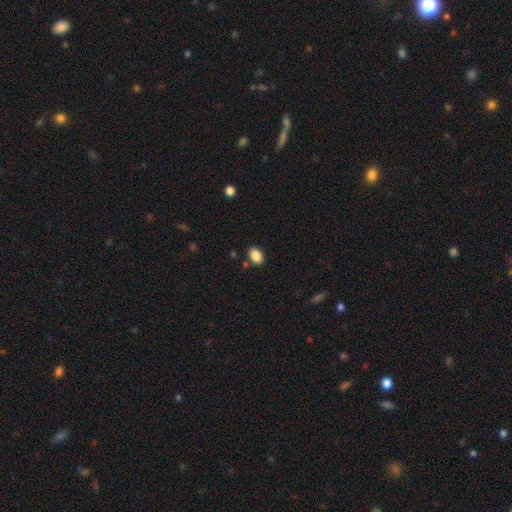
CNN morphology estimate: Smooth or featured: smooth — 88% (star or artifact — 8%)
How rounded: in between — 82% (round — 17%)
Merging: none — 84% (minor disturbance — 10%)